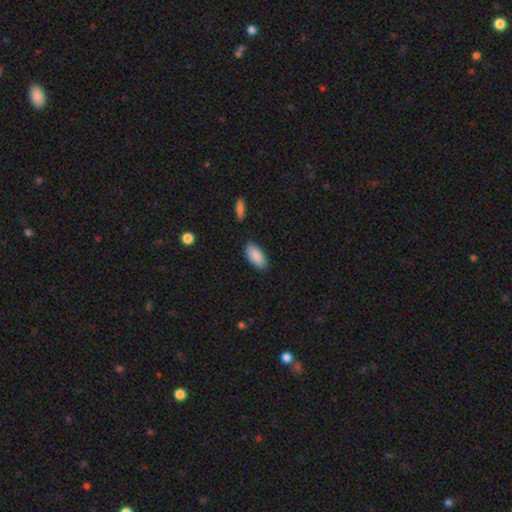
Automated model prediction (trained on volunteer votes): This is clearly a smooth galaxy (89%). How rounded: clearly in between (92%). Merging: clearly none (83%).